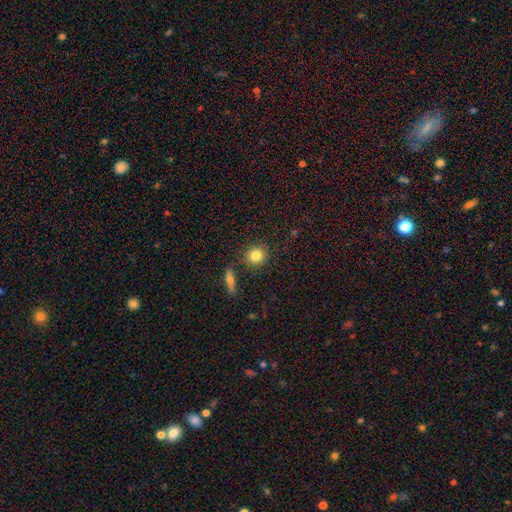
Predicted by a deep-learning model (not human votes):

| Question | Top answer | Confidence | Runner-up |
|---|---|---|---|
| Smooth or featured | smooth | 83% | star or artifact (9%) |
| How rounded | round | 86% | in between (12%) |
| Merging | none | 84% | minor disturbance (8%) |